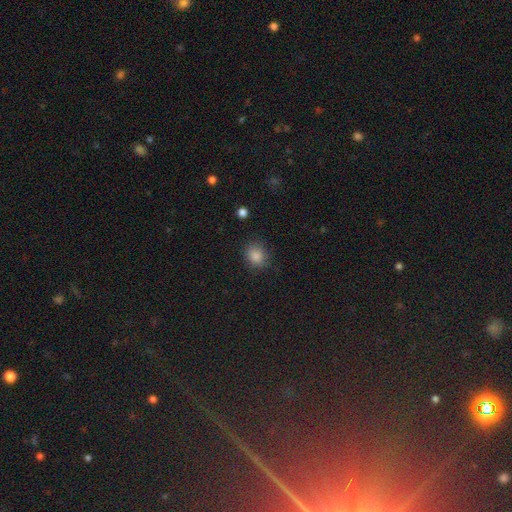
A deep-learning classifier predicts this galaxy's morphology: This is clearly a smooth galaxy (84%). How rounded: likely round (69%). Merging: clearly none (83%).